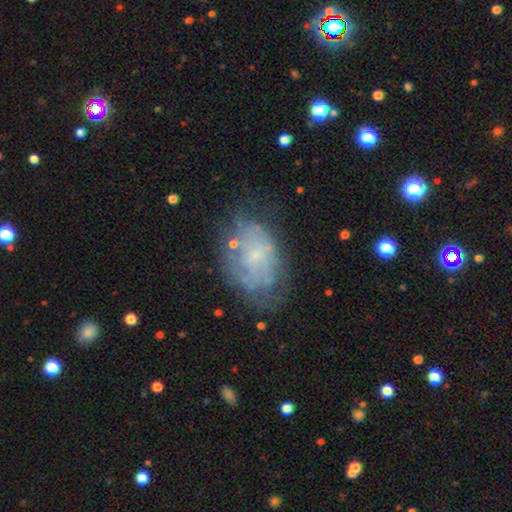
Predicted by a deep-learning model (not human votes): featured or disk 59%, smooth 30%, star or artifact 10%. Down the decision tree: edge-on disk — no (97%); bar — no (71%); spiral arms — yes (63%); bulge size — small (68%); merging — none (56%).